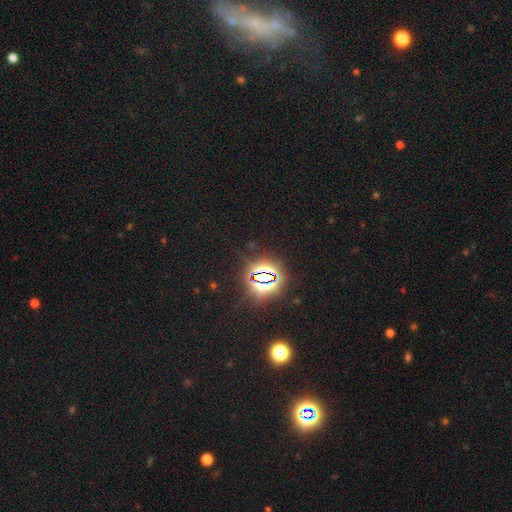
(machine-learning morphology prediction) Smooth or featured?
  - star or artifact: 74% *
  - smooth: 16%
  - featured or disk: 9%